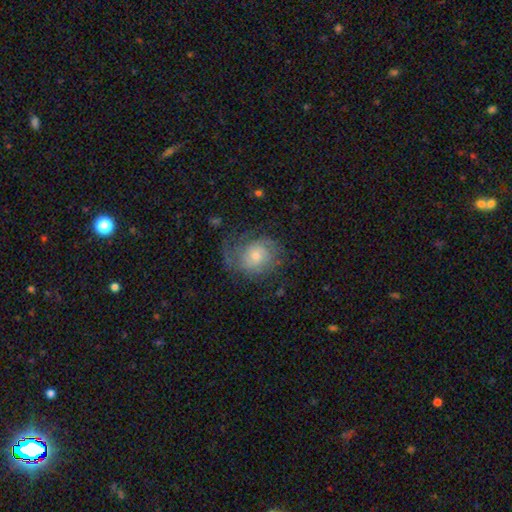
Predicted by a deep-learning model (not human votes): This is likely a featured or disk galaxy (61%). It is clearly not viewed edge-on (97%). Bar: likely no (76%). Spiral arm pattern: clearly yes (85%). Spiral arm count: marginally 2 (35%). Spiral winding: marginally tight (41%). Central bulge: possibly small (52%). Merging: possibly none (56%).